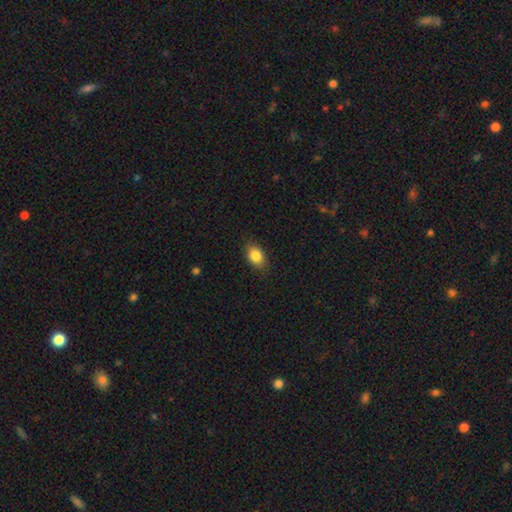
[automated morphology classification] type=smooth (85%); roundness=in between (83%); merging=none (86%).